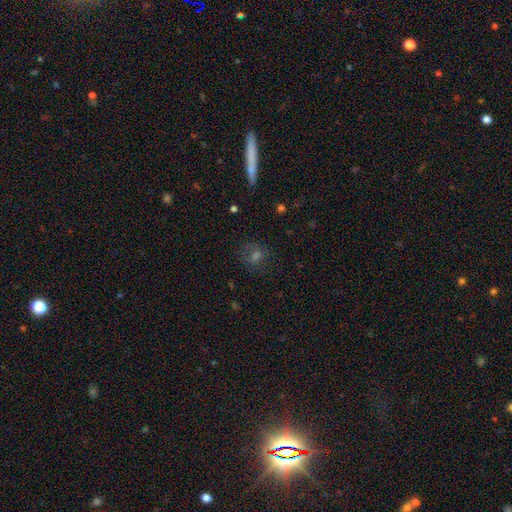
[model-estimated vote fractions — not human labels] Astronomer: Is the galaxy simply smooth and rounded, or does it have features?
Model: smooth — 53%.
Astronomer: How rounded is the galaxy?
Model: round — 61%.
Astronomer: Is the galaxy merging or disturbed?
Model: none — 74%.